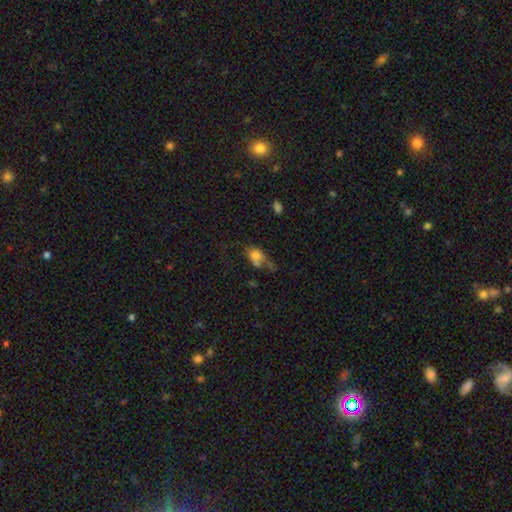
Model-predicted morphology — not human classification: Smooth or featured? Predicted: smooth (p=0.67). How rounded? Predicted: in between (p=0.66). Merging? Predicted: merger (p=0.28).